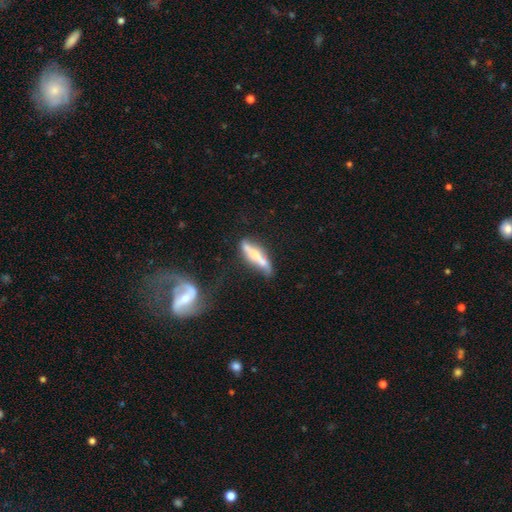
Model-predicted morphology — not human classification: Overall: featured or disk (50%; smooth 43%). Edge-on disk: yes (66%; no 34%). Merging: none (47%; minor disturbance 26%).